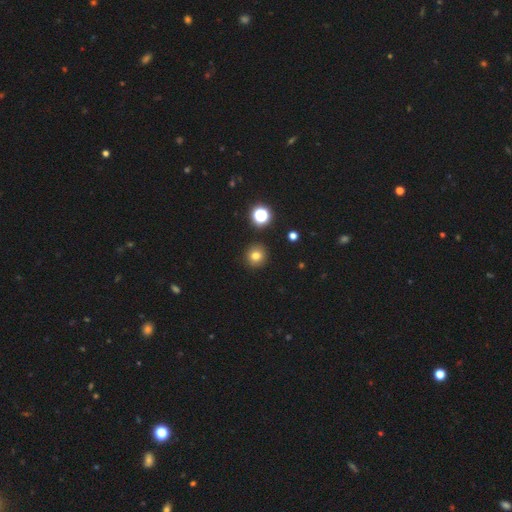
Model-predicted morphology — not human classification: smooth-or-featured: smooth: 77% | star or artifact: 15% | featured or disk: 8%
  how-rounded: round: 94% | in between: 5% | cigar-shaped: 1%
  merging: none: 91% | minor disturbance: 5% | merger: 2% | major disturbance: 2%